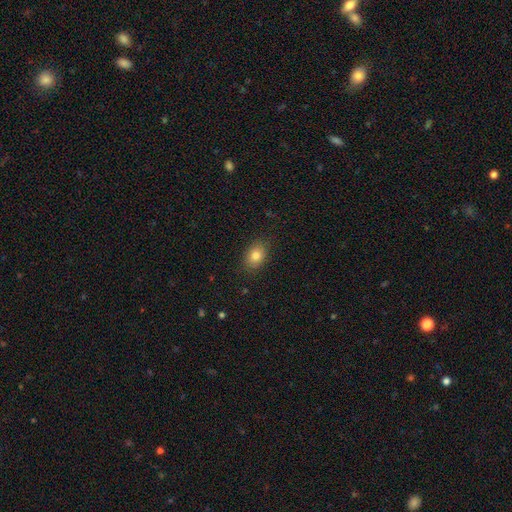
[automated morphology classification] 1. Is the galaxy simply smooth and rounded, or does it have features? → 81% smooth, 10% star or artifact, 9% featured or disk.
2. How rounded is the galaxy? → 73% in between, 26% round, 1% cigar-shaped.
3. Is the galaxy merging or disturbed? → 85% none, 11% minor disturbance, 3% major disturbance, 1% merger.